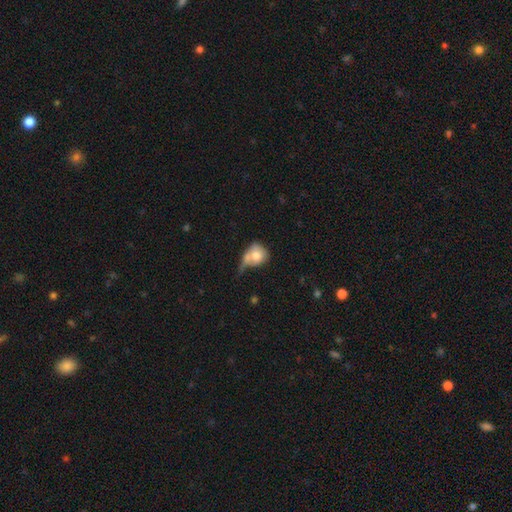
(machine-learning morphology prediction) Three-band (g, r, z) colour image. It shows a smooth galaxy with no disk features (72%) that is round (65%). Merging: merger (31%).